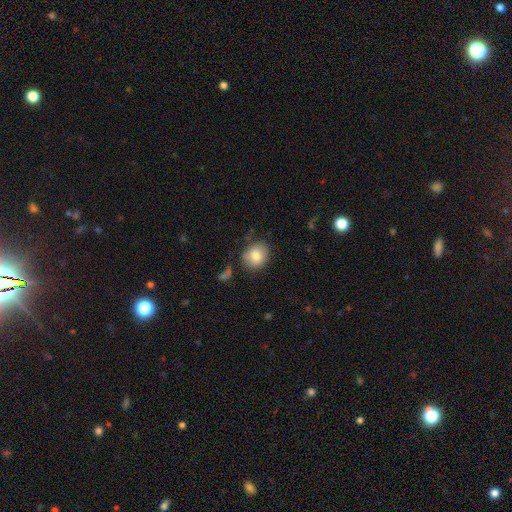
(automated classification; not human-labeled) Smooth or featured?
  - smooth: 80% *
  - featured or disk: 11%
  - star or artifact: 9%
How rounded?
  - round: 69% *
  - in between: 30%
  - cigar-shaped: 1%
Merging?
  - none: 79% *
  - minor disturbance: 14%
  - major disturbance: 4%
  - merger: 4%